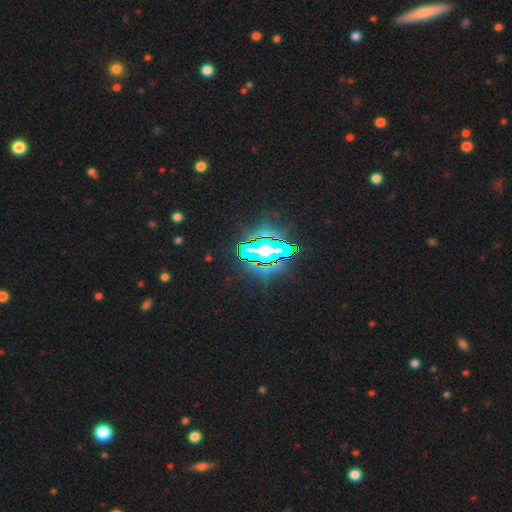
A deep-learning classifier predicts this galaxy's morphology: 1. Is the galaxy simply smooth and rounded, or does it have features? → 75% star or artifact, 13% featured or disk, 12% smooth.